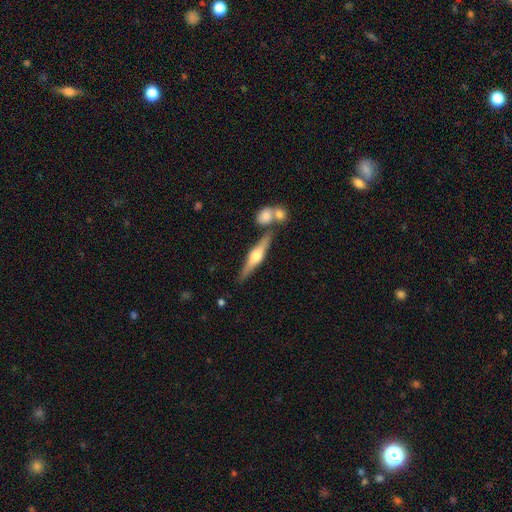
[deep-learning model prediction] The model was most divided on "smooth or featured": featured or disk: 69%, smooth: 25%, star or artifact: 6%. More confident: edge-on disk — yes (96%); edge-on bulge — rounded (91%); merging — none (76%).